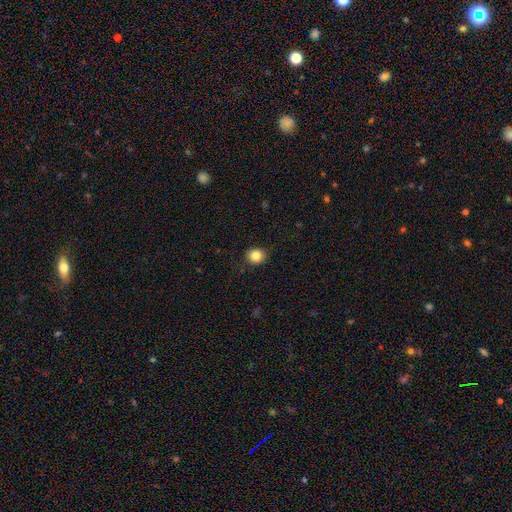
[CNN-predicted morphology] The model was most divided on "how rounded": round: 85%, in between: 14%, cigar-shaped: 1%. More confident: merging — none (88%); smooth or featured — smooth (85%).